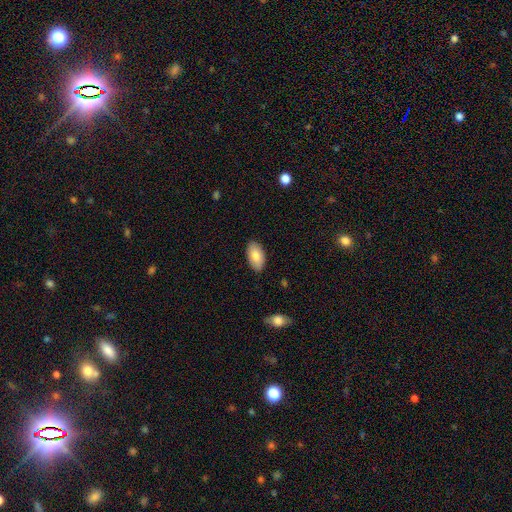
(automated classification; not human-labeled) Morphology: type=smooth (79%); roundness=in between (95%); merging=none (86%).